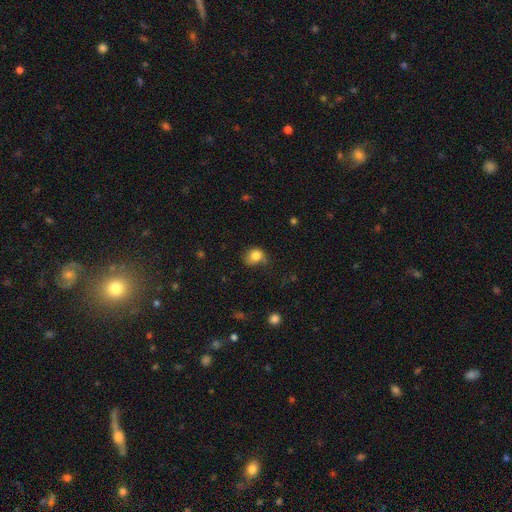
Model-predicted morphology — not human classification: Smooth or featured: smooth — 80% (featured or disk — 10%)
How rounded: round — 57% (in between — 42%)
Merging: none — 46% (minor disturbance — 34%)